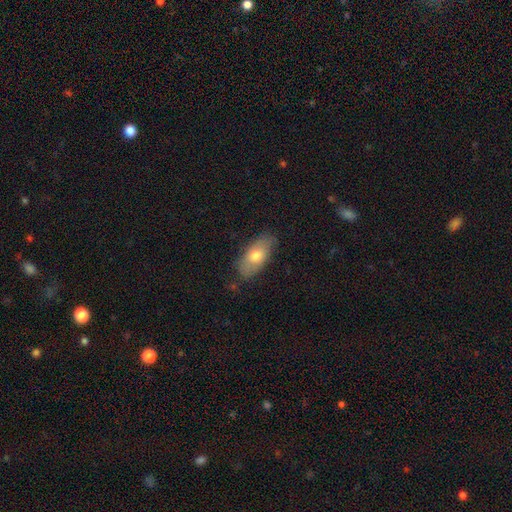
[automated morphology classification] Smooth or featured? Predicted: smooth (p=0.68). How rounded? Predicted: in between (p=0.87). Merging? Predicted: none (p=0.81).